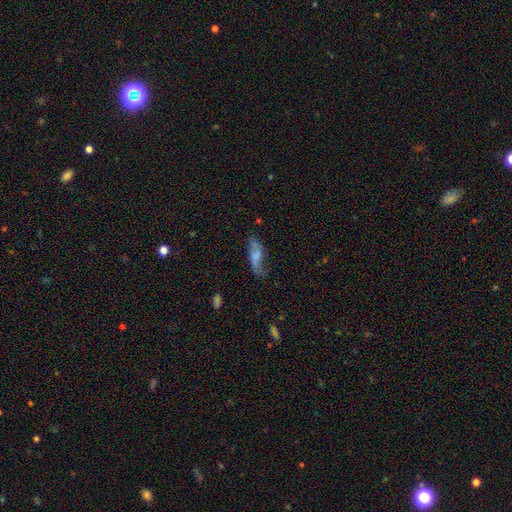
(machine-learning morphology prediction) Smooth or featured?
  - smooth: 49% *
  - featured or disk: 42%
  - star or artifact: 9%
Merging?
  - none: 51% *
  - minor disturbance: 28%
  - major disturbance: 18%
  - merger: 3%